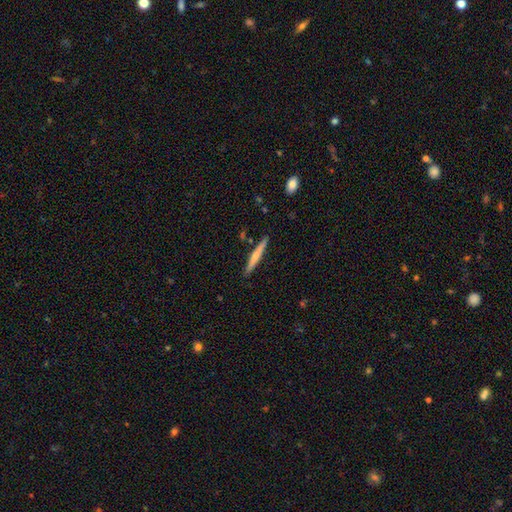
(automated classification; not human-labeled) Morphology: type=smooth (55%); roundness=cigar-shaped (95%); merging=none (88%).